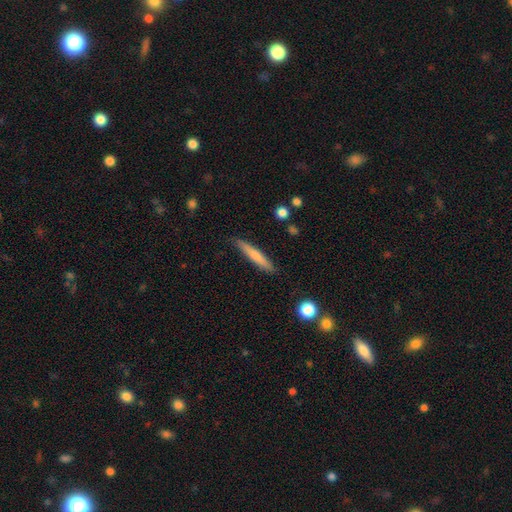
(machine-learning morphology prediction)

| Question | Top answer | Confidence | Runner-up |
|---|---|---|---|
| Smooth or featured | smooth | 66% | featured or disk (28%) |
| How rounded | cigar-shaped | 93% | in between (6%) |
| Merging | none | 87% | minor disturbance (10%) |